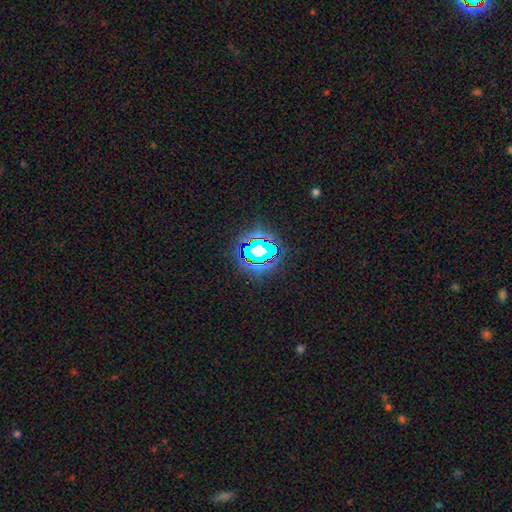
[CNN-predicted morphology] Smooth or featured? Predicted: star or artifact (p=0.64).